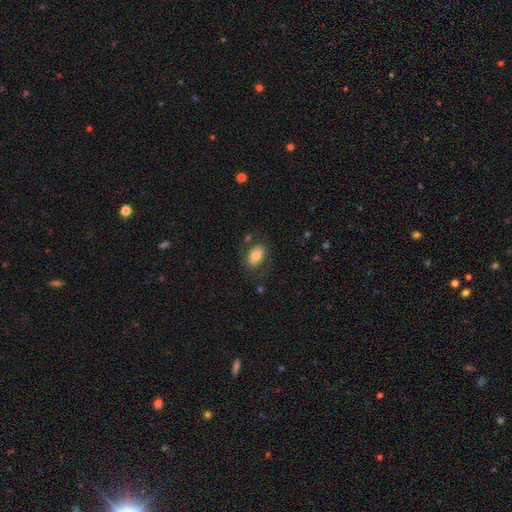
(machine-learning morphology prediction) smooth-or-featured: smooth: 72% | featured or disk: 21% | star or artifact: 8%
  how-rounded: in between: 90% | round: 8% | cigar-shaped: 2%
  merging: none: 72% | minor disturbance: 16% | major disturbance: 8% | merger: 4%